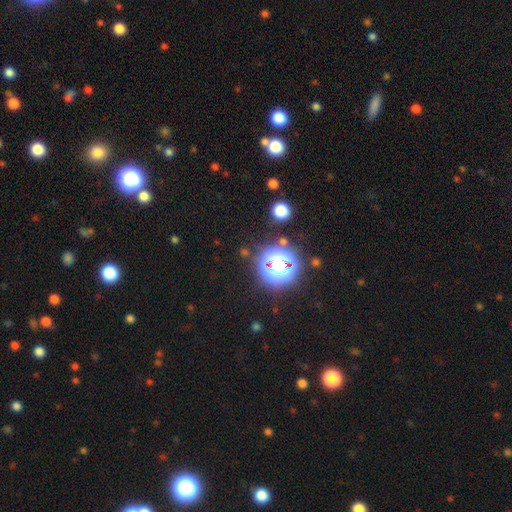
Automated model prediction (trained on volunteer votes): Smooth or featured?
  - star or artifact: 80% *
  - smooth: 14%
  - featured or disk: 7%